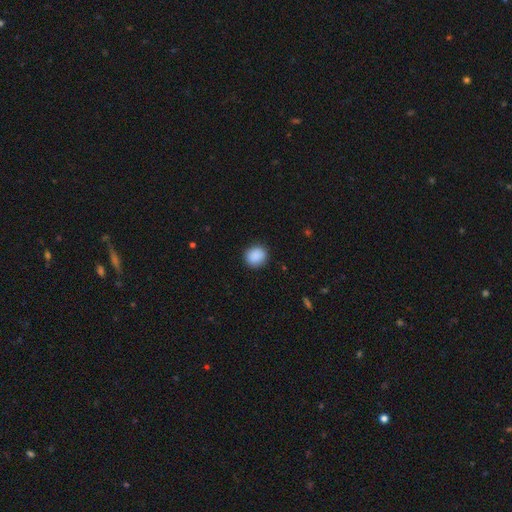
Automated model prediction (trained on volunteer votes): Smooth or featured? Predicted: smooth (p=0.90). How rounded? Predicted: round (p=0.82). Merging? Predicted: none (p=0.90).